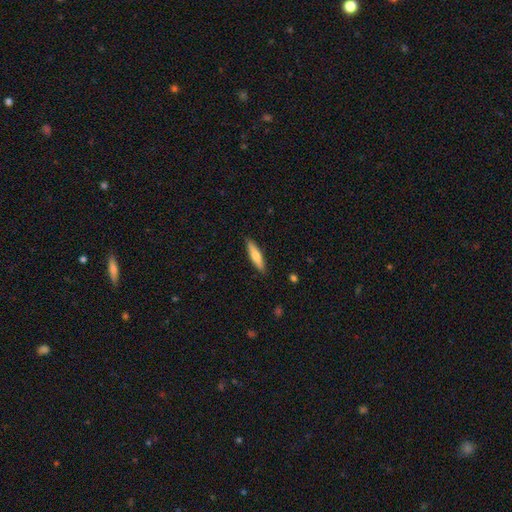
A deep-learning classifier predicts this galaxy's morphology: The model was most divided on "smooth or featured": smooth: 63%, featured or disk: 31%, star or artifact: 6%. More confident: merging — none (89%); how rounded — cigar-shaped (78%).